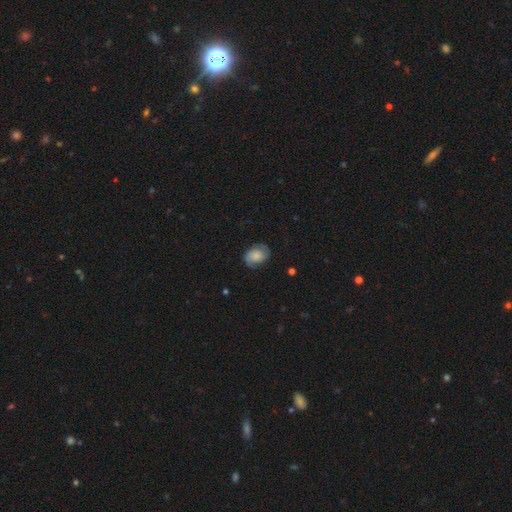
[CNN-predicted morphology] Smooth or featured? Predicted: featured or disk (p=0.55). Edge-on disk? Predicted: no (p=0.97). Bar? Predicted: no (p=0.70). Spiral arms? Predicted: yes (p=0.90). Bulge size? Predicted: moderate (p=0.28). Merging? Predicted: none (p=0.76).